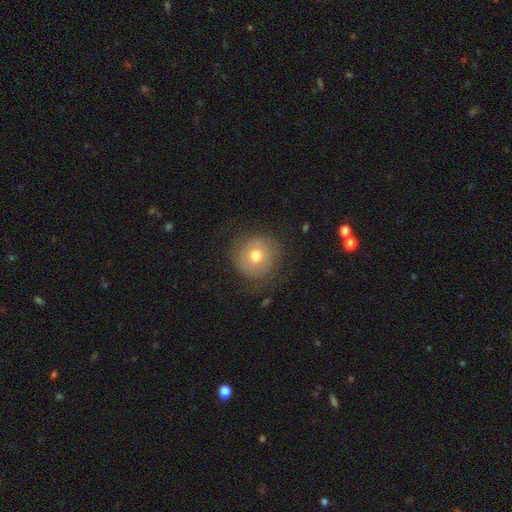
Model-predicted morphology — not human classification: This is likely a smooth galaxy (63%). How rounded: clearly round (92%). Merging: likely none (73%).